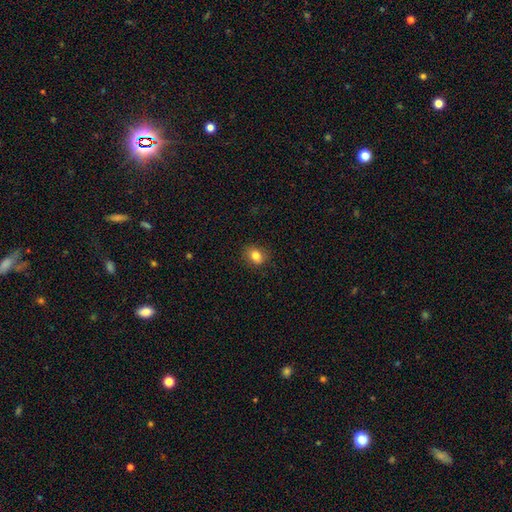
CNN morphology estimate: Smooth or featured? smooth (81%)
How rounded? round (64%)
Merging? none (87%)